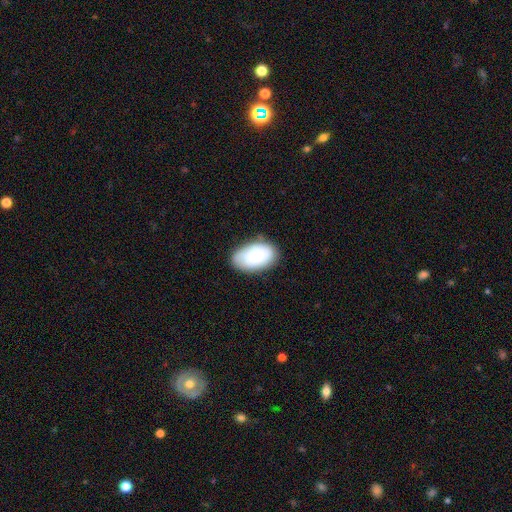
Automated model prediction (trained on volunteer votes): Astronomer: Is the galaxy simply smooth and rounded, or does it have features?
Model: smooth — 73%.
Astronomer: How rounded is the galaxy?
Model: in between — 93%.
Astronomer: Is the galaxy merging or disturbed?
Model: none — 72%.